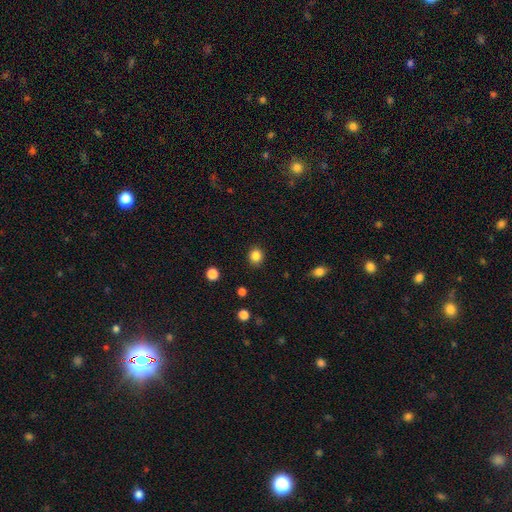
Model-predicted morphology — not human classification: This appears to be a smooth galaxy with no disk features (85%) that is round (86%). Merging: none (90%).